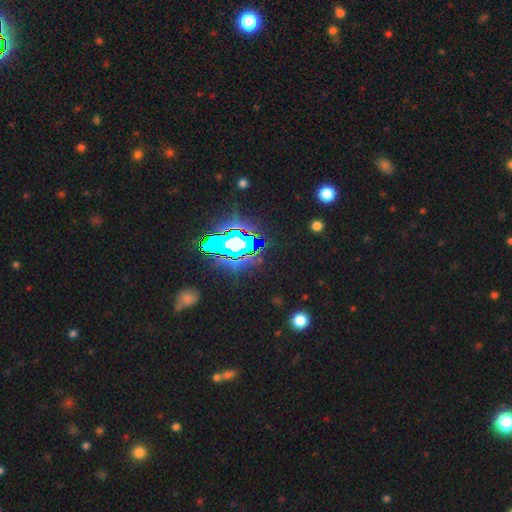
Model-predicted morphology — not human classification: type=star or artifact (83%).